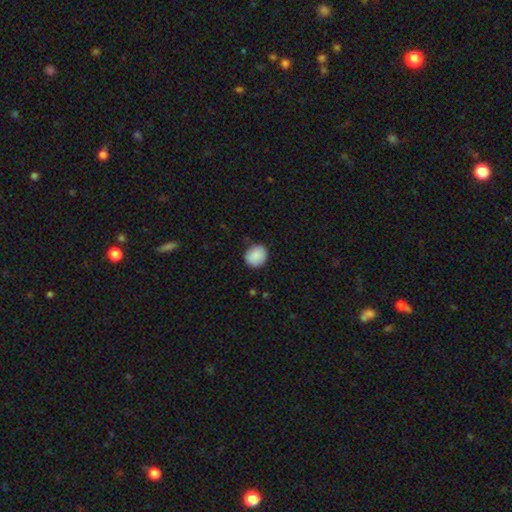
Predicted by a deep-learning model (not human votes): Smooth or featured?
  - smooth: 89% *
  - star or artifact: 8%
  - featured or disk: 4%
How rounded?
  - round: 85% *
  - in between: 14%
  - cigar-shaped: 1%
Merging?
  - none: 85% *
  - minor disturbance: 12%
  - major disturbance: 2%
  - merger: 1%